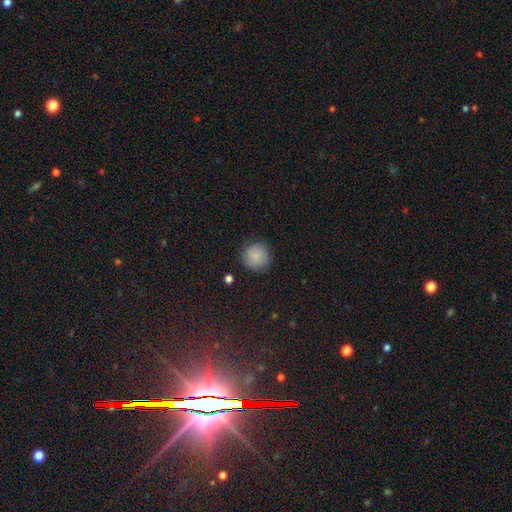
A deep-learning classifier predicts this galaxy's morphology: Q: Smooth or featured?
A: smooth (84%); runner-up: star or artifact (8%)
Q: How rounded?
A: round (93%); runner-up: in between (6%)
Q: Merging?
A: none (84%); runner-up: minor disturbance (11%)